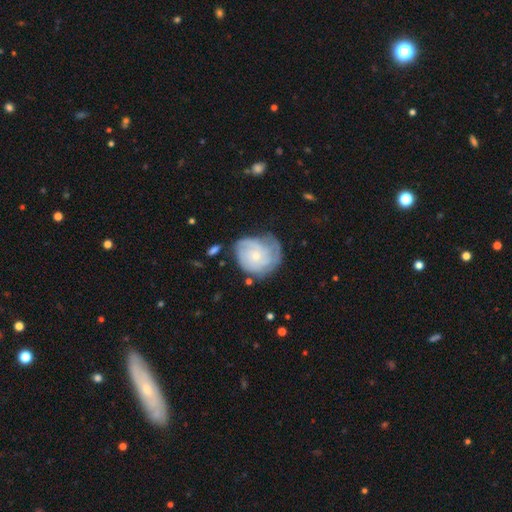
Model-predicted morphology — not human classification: Smooth or featured? Predicted: featured or disk (p=0.64). Edge-on disk? Predicted: no (p=0.98). Bar? Predicted: no (p=0.81). Spiral arms? Predicted: yes (p=0.83). Spiral winding? Predicted: tight (p=0.63). Spiral arm count? Predicted: can't tell (p=0.47). Bulge size? Predicted: small (p=0.68). Merging? Predicted: none (p=0.53).